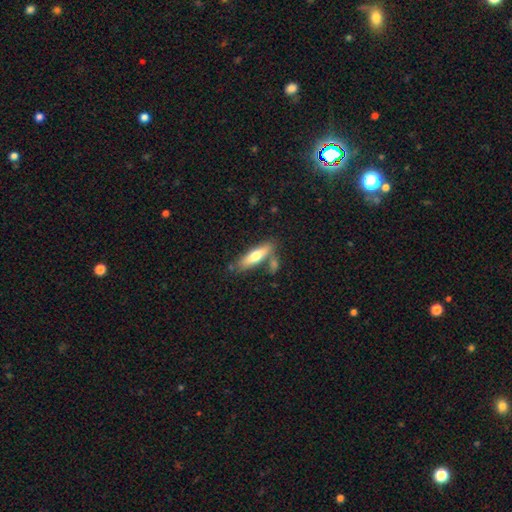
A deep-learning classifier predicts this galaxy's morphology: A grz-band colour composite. It shows a smooth galaxy with no disk features (63%) that is cigar-shaped (64%). Merging: none (66%).